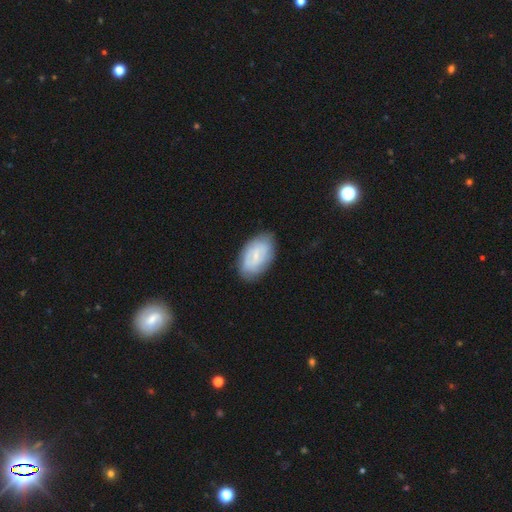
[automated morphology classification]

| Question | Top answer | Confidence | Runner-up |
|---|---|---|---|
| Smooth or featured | featured or disk | 50% | smooth (43%) |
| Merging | none | 78% | minor disturbance (16%) |